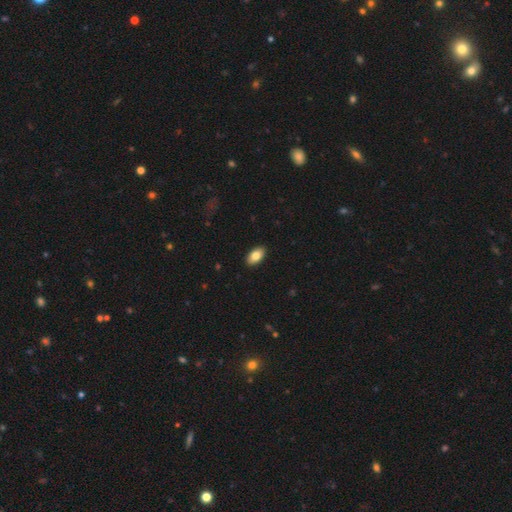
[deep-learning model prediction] A smooth galaxy with no disk features (82%) that is in between round and cigar-shaped (93%). Merging: none (90%).